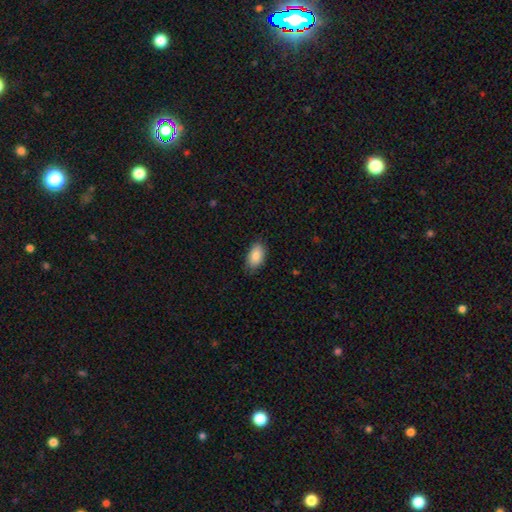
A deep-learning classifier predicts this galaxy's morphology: smooth-or-featured: smooth: 88% | star or artifact: 7% | featured or disk: 6%
  how-rounded: in between: 93% | round: 5% | cigar-shaped: 2%
  merging: none: 83% | minor disturbance: 14% | major disturbance: 3% | merger: 1%